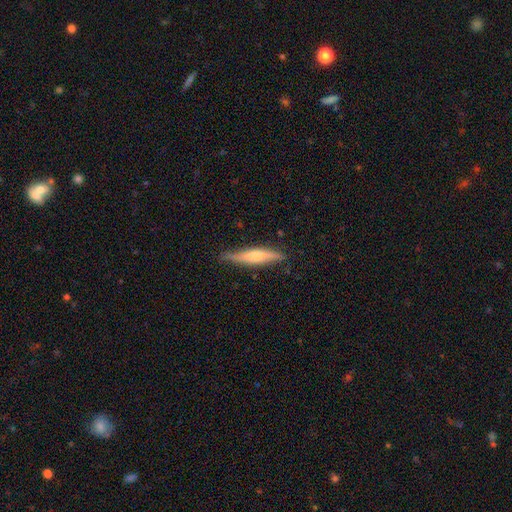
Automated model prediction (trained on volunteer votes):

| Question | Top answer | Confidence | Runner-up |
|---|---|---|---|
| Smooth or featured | featured or disk | 49% | smooth (45%) |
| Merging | none | 80% | minor disturbance (16%) |